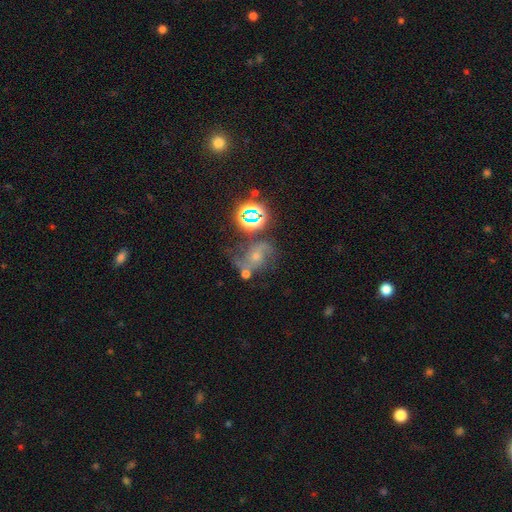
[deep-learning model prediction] A featured or disk galaxy (60%) with no bar (64%), 2 (82%) loose (47%) spiral arms (91%) and a small central bulge (51%). Merging: none (46%).